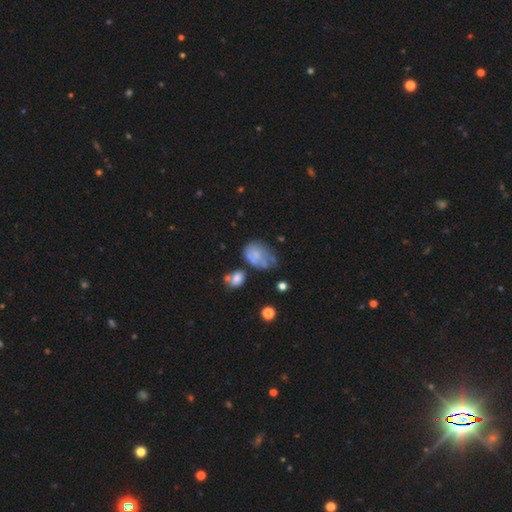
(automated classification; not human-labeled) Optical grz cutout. It shows a smooth galaxy with no disk features (55%) that is in between round and cigar-shaped (68%). Merging: none (29%, tied with minor disturbance).